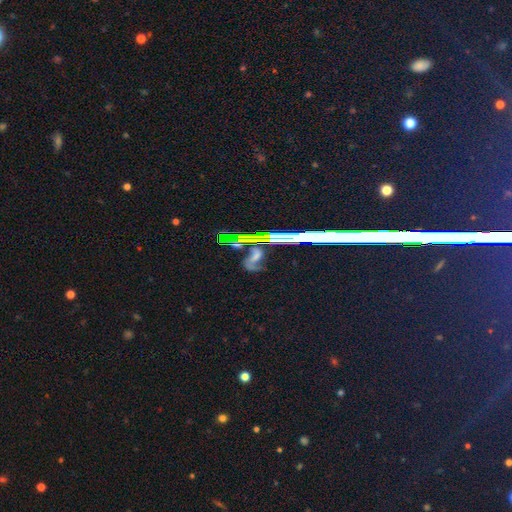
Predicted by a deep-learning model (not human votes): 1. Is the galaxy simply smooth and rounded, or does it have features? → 46% featured or disk, 33% star or artifact, 21% smooth.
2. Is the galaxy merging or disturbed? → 64% none, 16% minor disturbance, 10% major disturbance, 9% merger.